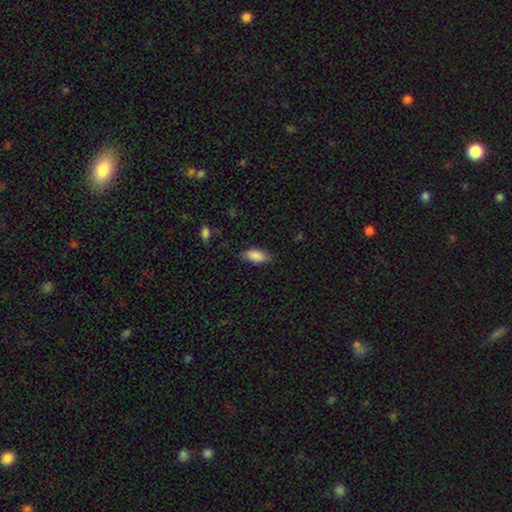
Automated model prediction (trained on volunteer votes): The model was most divided on "merging": none: 77%, minor disturbance: 18%, major disturbance: 4%, merger: 1%. More confident: how rounded — in between (89%); smooth or featured — smooth (86%).